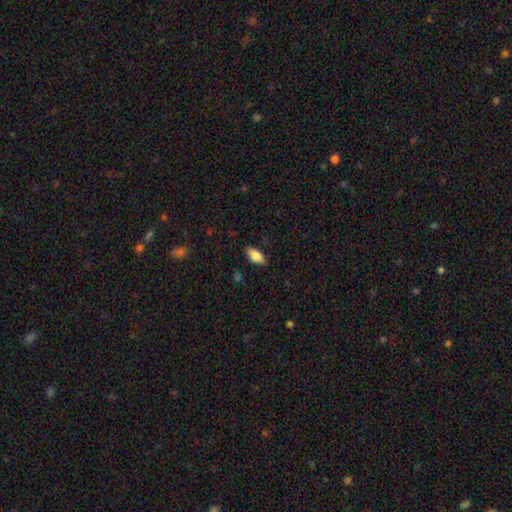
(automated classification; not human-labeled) Smooth or featured?
  - smooth: 79% *
  - featured or disk: 14%
  - star or artifact: 7%
How rounded?
  - in between: 83% *
  - cigar-shaped: 15%
  - round: 3%
Merging?
  - none: 84% *
  - minor disturbance: 12%
  - major disturbance: 3%
  - merger: 1%